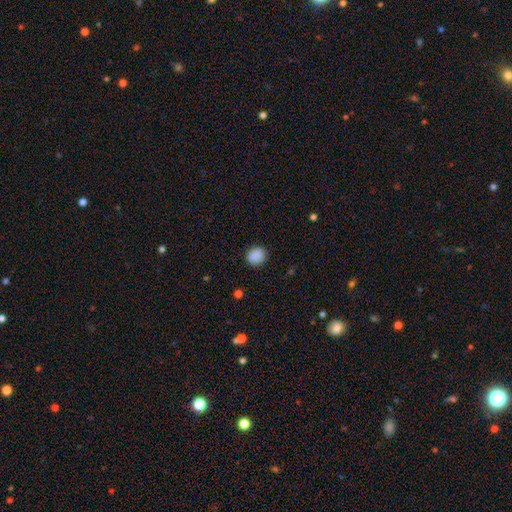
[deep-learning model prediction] A smooth galaxy with no disk features (88%) that is round (80%). Merging: none (88%).